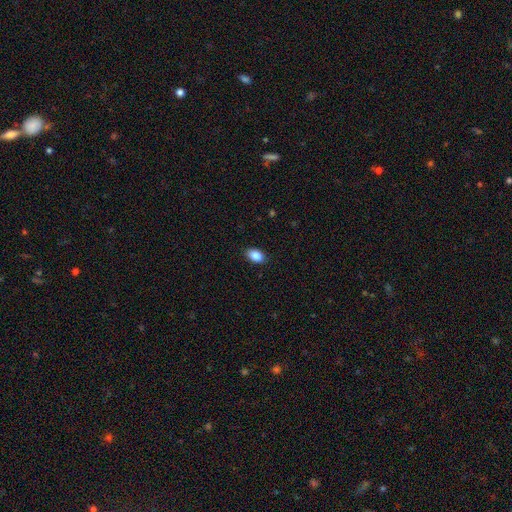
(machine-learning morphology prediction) Smooth or featured?
  - smooth: 89% *
  - star or artifact: 8%
  - featured or disk: 4%
How rounded?
  - in between: 90% *
  - round: 9%
  - cigar-shaped: 2%
Merging?
  - none: 89% *
  - minor disturbance: 9%
  - major disturbance: 2%
  - merger: 1%